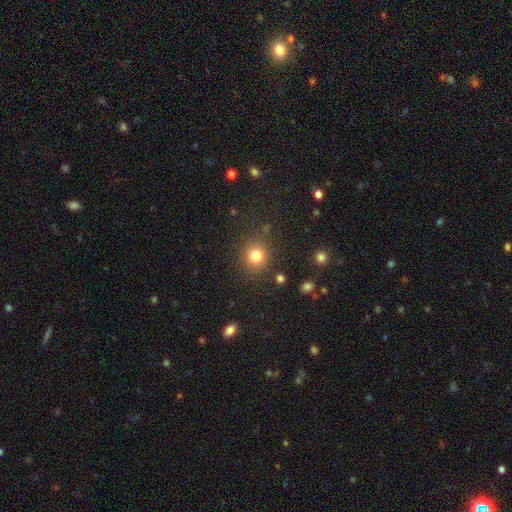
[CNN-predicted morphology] The model was most divided on "smooth or featured": smooth: 81%, star or artifact: 13%, featured or disk: 6%. More confident: how rounded — round (86%); merging — none (84%).